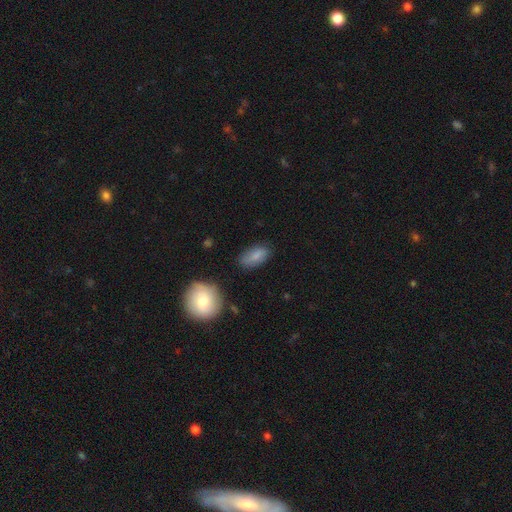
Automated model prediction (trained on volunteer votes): smooth-or-featured: smooth: 78% | featured or disk: 13% | star or artifact: 8%
  how-rounded: in between: 91% | cigar-shaped: 5% | round: 4%
  merging: none: 73% | minor disturbance: 20% | major disturbance: 4% | merger: 2%